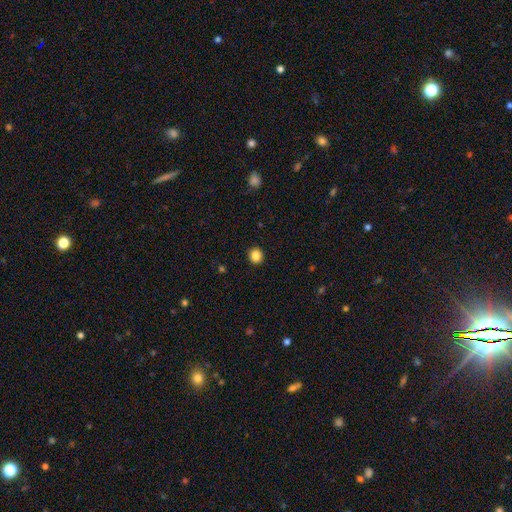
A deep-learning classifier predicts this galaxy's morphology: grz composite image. It shows a smooth galaxy with no disk features (86%) that is round (86%). Merging: none (92%).